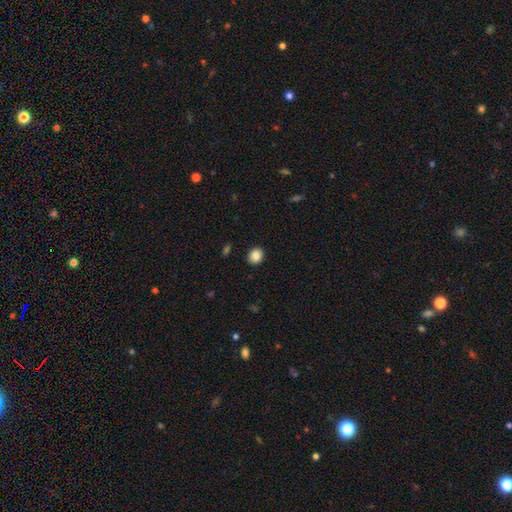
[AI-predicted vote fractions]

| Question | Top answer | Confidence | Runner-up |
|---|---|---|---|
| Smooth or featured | smooth | 86% | star or artifact (9%) |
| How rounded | round | 73% | in between (26%) |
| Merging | none | 90% | minor disturbance (7%) |